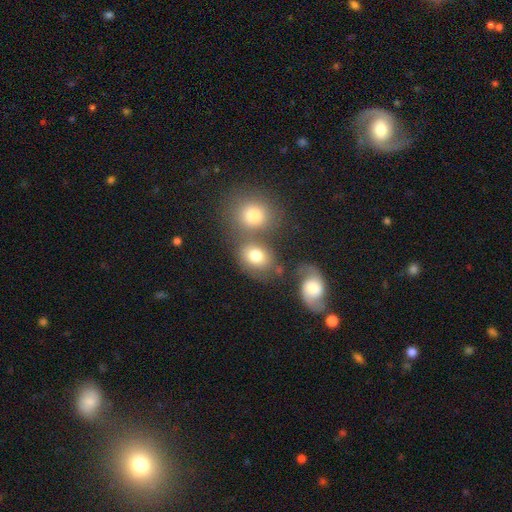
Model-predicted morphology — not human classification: Smooth or featured?
  - smooth: 76% *
  - featured or disk: 14%
  - star or artifact: 11%
How rounded?
  - round: 52% *
  - in between: 47%
  - cigar-shaped: 1%
Merging?
  - none: 48% *
  - merger: 33%
  - minor disturbance: 12%
  - major disturbance: 7%